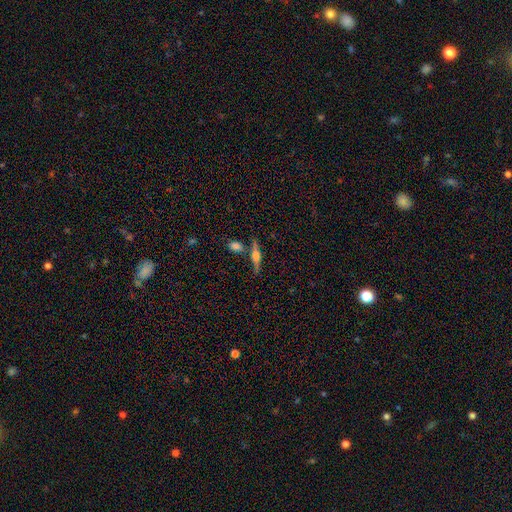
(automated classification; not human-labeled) Morphology: type=featured or disk (70%); edge-on=yes (96%); edge-on bulge=rounded (90%); merging=none (76%).